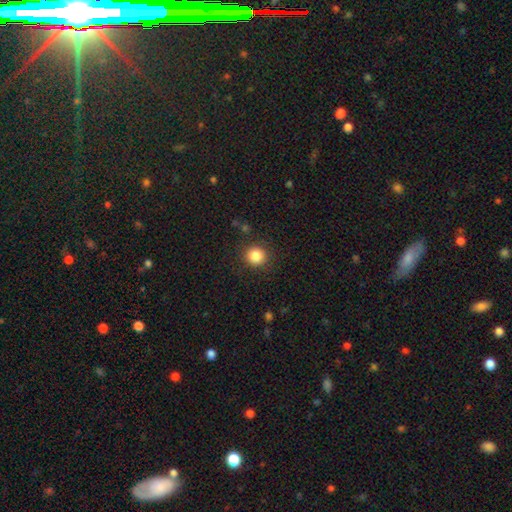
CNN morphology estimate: Q: Smooth or featured?
A: smooth (85%); runner-up: star or artifact (11%)
Q: How rounded?
A: round (92%); runner-up: in between (7%)
Q: Merging?
A: none (88%); runner-up: minor disturbance (7%)